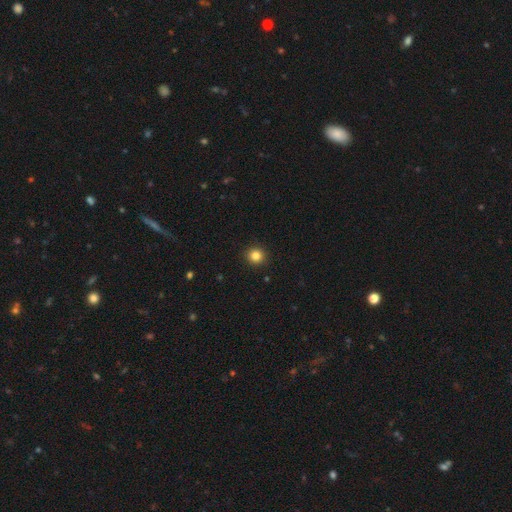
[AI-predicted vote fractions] smooth-or-featured: smooth: 84% | star or artifact: 12% | featured or disk: 4%
  how-rounded: round: 93% | in between: 6% | cigar-shaped: 1%
  merging: none: 92% | minor disturbance: 5% | major disturbance: 2% | merger: 1%